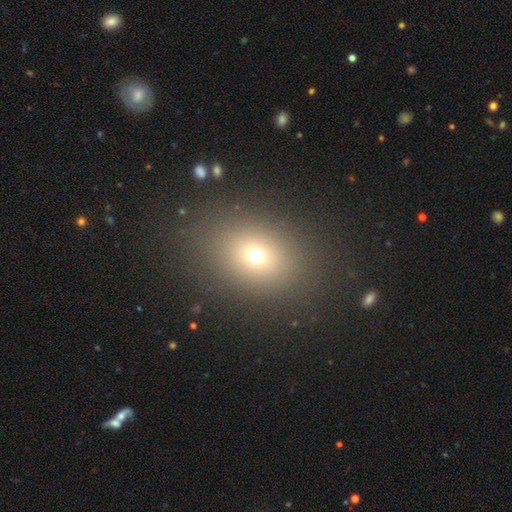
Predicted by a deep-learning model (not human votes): This is likely a smooth galaxy (68%). How rounded: possibly in between (56%). Merging: clearly none (85%).